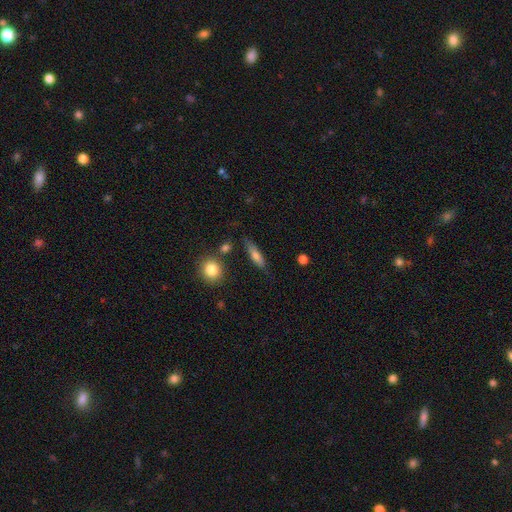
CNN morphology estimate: smooth-or-featured: smooth: 71% | featured or disk: 21% | star or artifact: 8%
  how-rounded: cigar-shaped: 59% | in between: 36% | round: 5%
  merging: none: 75% | minor disturbance: 16% | major disturbance: 4% | merger: 4%